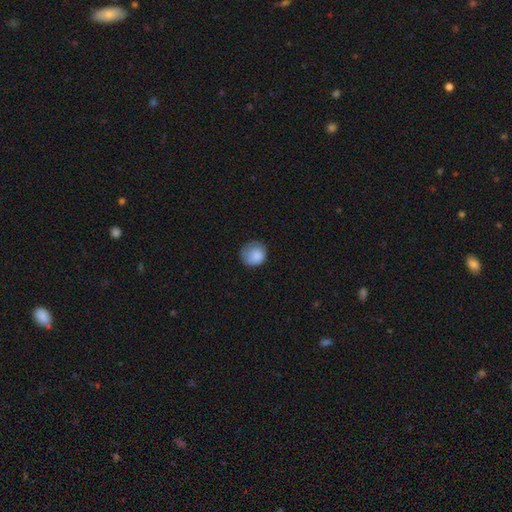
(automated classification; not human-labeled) Overall: smooth (84%). How rounded: round (84%). Merging: none (64%; minor disturbance 26%).